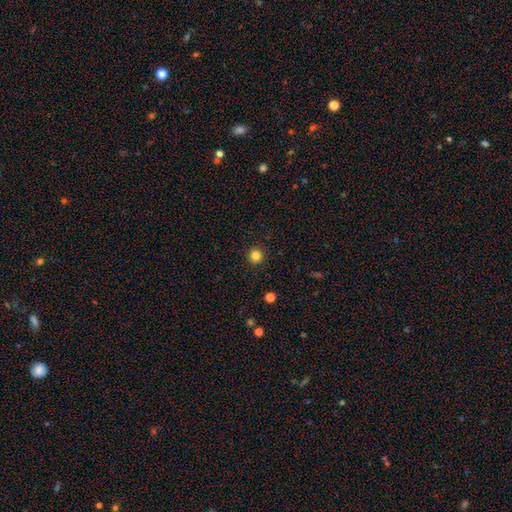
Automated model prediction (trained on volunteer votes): This appears to be a smooth galaxy with no disk features (83%) that is round (95%). Merging: none (93%).